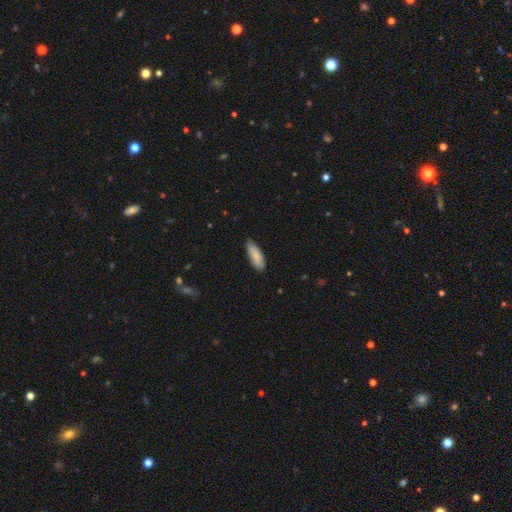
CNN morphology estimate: The model was most divided on "how rounded": in between: 65%, cigar-shaped: 33%, round: 2%. More confident: smooth or featured — smooth (83%); merging — none (83%).